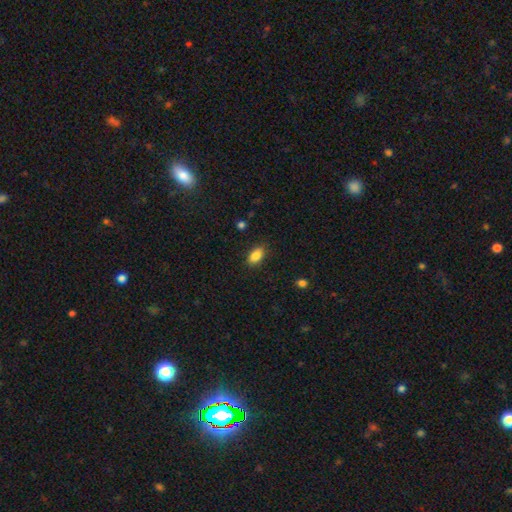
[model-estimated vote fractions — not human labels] This is clearly a smooth galaxy (86%). How rounded: clearly in between (90%). Merging: clearly none (86%).